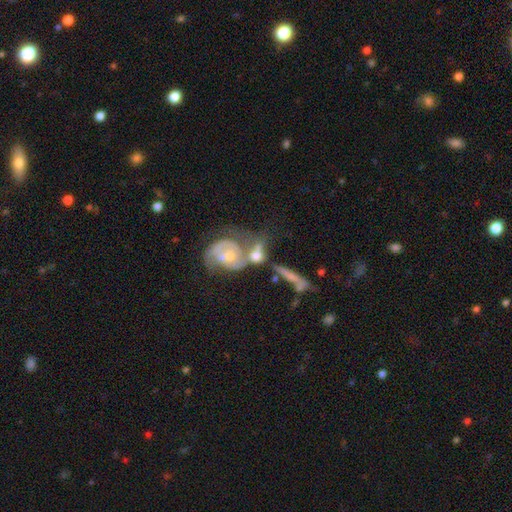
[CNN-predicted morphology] Smooth or featured: featured or disk — 67% (smooth — 25%)
Edge-on disk: no — 92% (yes — 8%)
Bar: no — 65% (weak — 27%)
Spiral arms: yes — 81% (no — 19%)
Bulge size: small — 46% (moderate — 44%)
Merging: merger — 51% (none — 27%)